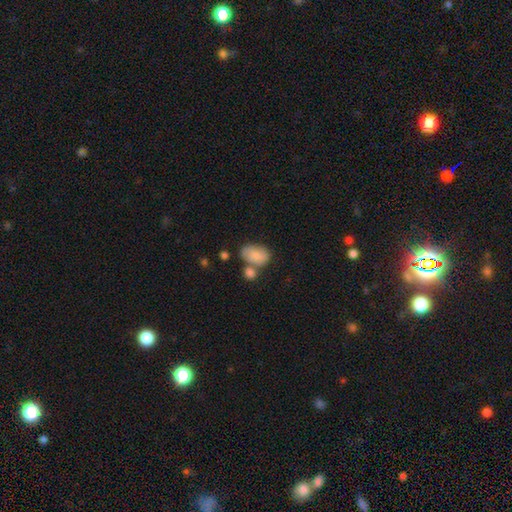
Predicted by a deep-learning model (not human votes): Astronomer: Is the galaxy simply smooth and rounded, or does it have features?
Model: smooth — 79%.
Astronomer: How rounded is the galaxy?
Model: in between — 85%.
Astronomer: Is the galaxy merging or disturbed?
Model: none — 45% (runner-up: merger, 32%).